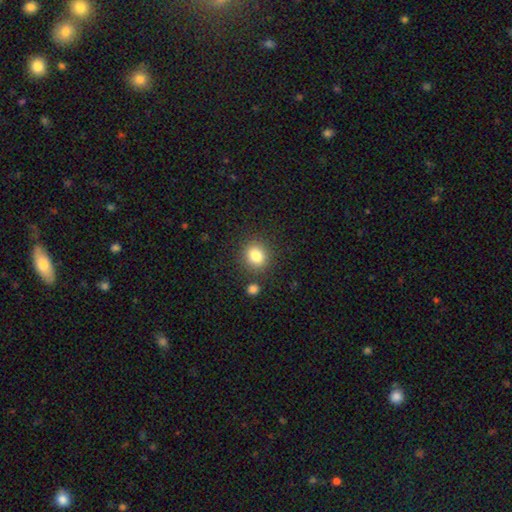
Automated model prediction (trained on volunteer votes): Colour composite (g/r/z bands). It shows a smooth galaxy with no disk features (83%) that is round (79%). Merging: none (84%).